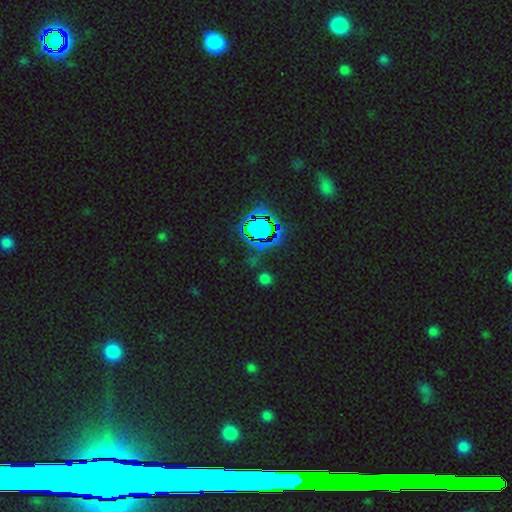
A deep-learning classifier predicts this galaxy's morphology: Q: Smooth or featured?
A: star or artifact (71%); runner-up: smooth (20%)